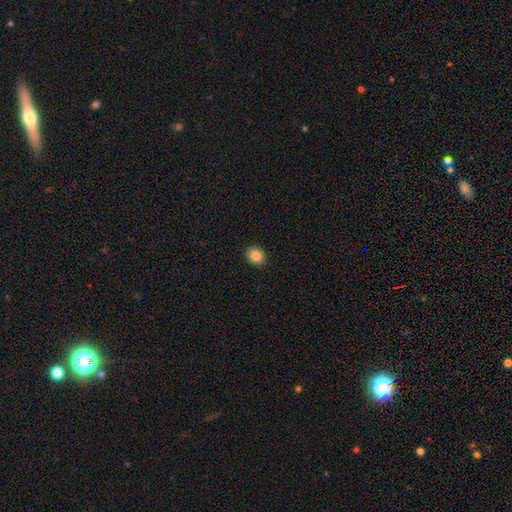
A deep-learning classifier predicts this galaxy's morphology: Smooth or featured? Predicted: smooth (p=0.87). How rounded? Predicted: round (p=0.53). Merging? Predicted: none (p=0.91).